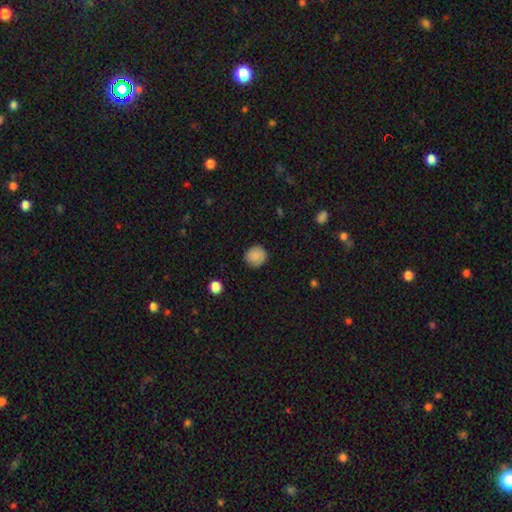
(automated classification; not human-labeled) smooth-or-featured: smooth: 87% | star or artifact: 8% | featured or disk: 5%
  how-rounded: round: 89% | in between: 11% | cigar-shaped: 1%
  merging: none: 85% | minor disturbance: 11% | major disturbance: 3% | merger: 1%